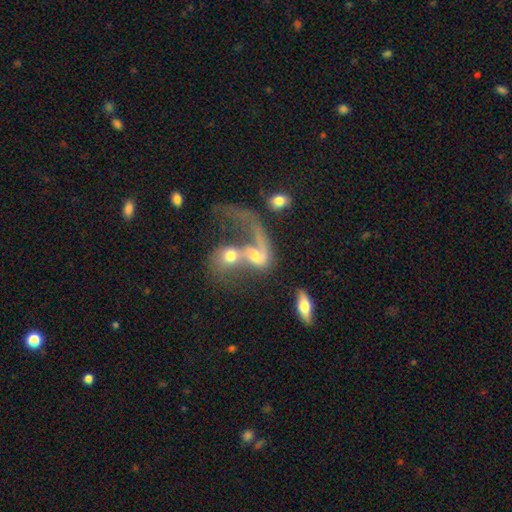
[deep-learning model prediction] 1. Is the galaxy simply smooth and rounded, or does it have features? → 56% featured or disk, 34% smooth, 11% star or artifact.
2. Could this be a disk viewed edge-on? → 94% no, 6% yes.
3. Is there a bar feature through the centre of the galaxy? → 66% no, 26% weak, 9% strong.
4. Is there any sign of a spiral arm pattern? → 64% yes, 36% no.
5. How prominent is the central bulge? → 52% moderate, 25% small, 13% large, 7% none, 3% dominant.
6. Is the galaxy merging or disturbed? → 76% merger, 14% major disturbance, 7% none, 4% minor disturbance.